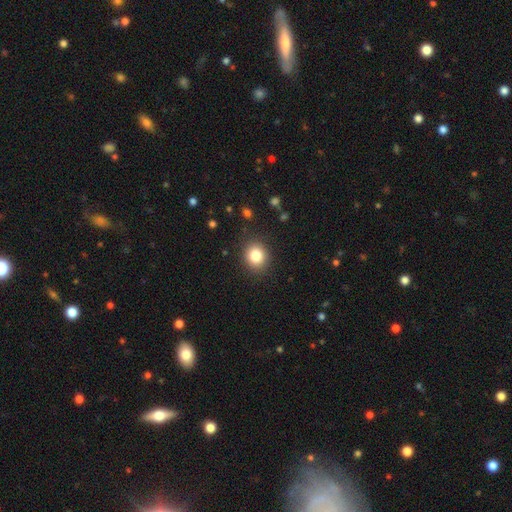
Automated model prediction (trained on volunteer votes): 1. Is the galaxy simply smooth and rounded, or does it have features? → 83% smooth, 10% star or artifact, 7% featured or disk.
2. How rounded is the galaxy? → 74% round, 25% in between, 1% cigar-shaped.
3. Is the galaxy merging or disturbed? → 88% none, 8% minor disturbance, 3% major disturbance, 1% merger.